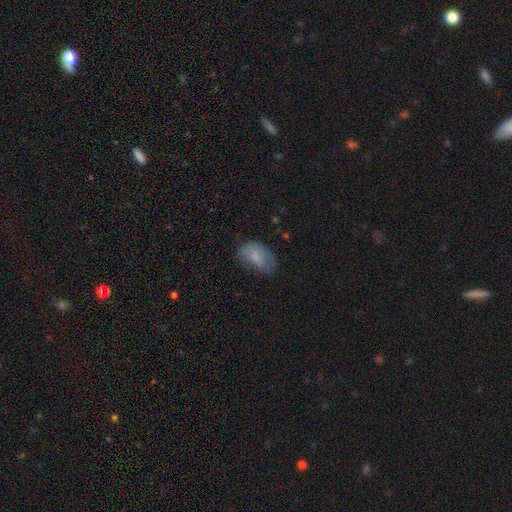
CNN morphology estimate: Smooth or featured? smooth (78%)
How rounded? in between (92%)
Merging? none (50%)